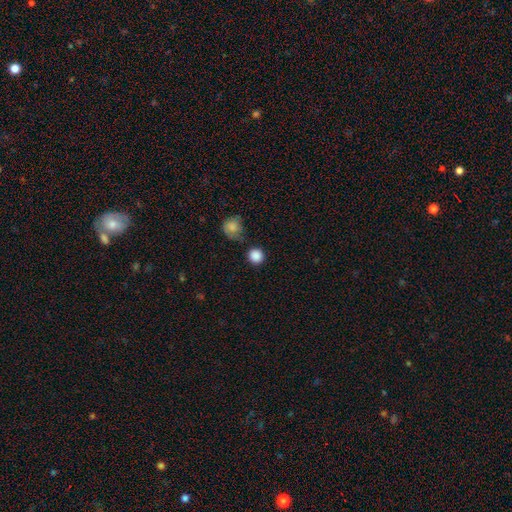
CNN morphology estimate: Smooth or featured? smooth (86%)
How rounded? round (93%)
Merging? none (79%)